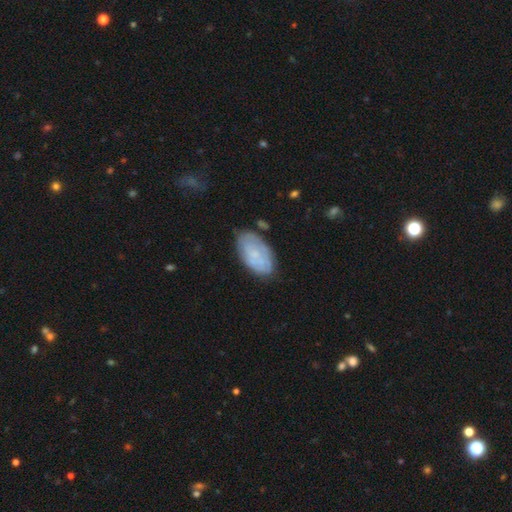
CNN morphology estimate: Q: Smooth or featured?
A: smooth (46%); tied with: featured or disk (46%)
Q: Merging?
A: none (71%); runner-up: minor disturbance (20%)